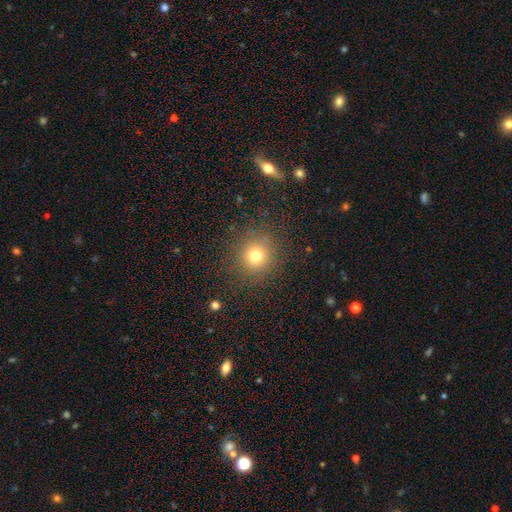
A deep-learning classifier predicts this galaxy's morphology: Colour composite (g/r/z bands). It shows a smooth galaxy with no disk features (75%) that is round (92%). Merging: none (87%).